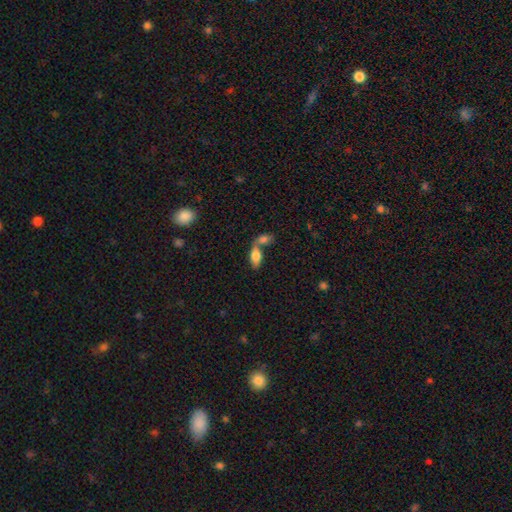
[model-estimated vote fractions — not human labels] smooth 78%, featured or disk 14%, star or artifact 8%. Down the decision tree: how rounded — in between (88%); merging — merger (53%).